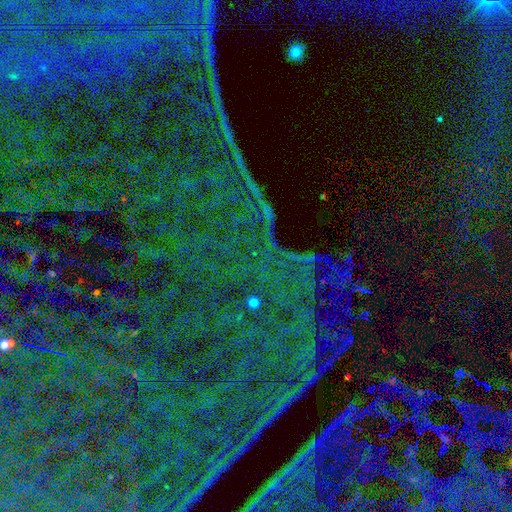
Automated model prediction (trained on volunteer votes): The model was most divided on "smooth or featured": star or artifact: 86%, featured or disk: 7%, smooth: 7%.